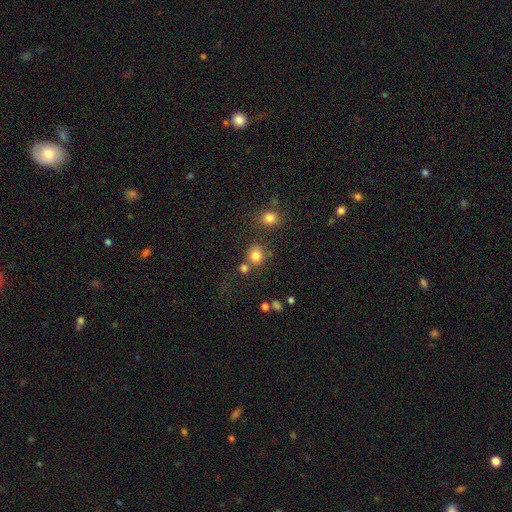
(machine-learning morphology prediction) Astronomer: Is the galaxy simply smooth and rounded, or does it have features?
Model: smooth — 80%.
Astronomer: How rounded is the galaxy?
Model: round — 82%.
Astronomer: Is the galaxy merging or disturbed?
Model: none — 65%.